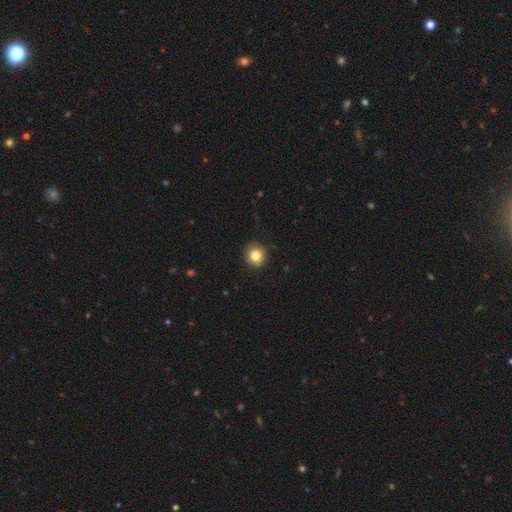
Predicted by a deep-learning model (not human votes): smooth_or_featured: smooth (p=0.81) [alt: star or artifact p=0.11]
how_rounded: round (p=0.87) [alt: in between p=0.12]
merging: none (p=0.89) [alt: minor disturbance p=0.08]